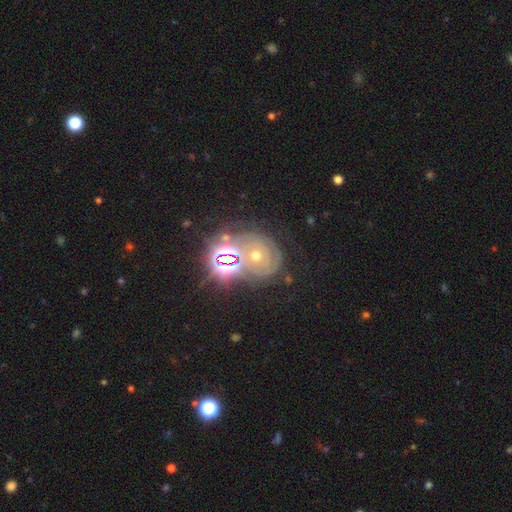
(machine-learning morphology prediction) featured or disk 53%, star or artifact 33%, smooth 14%. Down the decision tree: edge-on disk — no (96%); bar — no (78%); spiral arms — yes (83%); bulge size — moderate (58%); merging — none (63%).